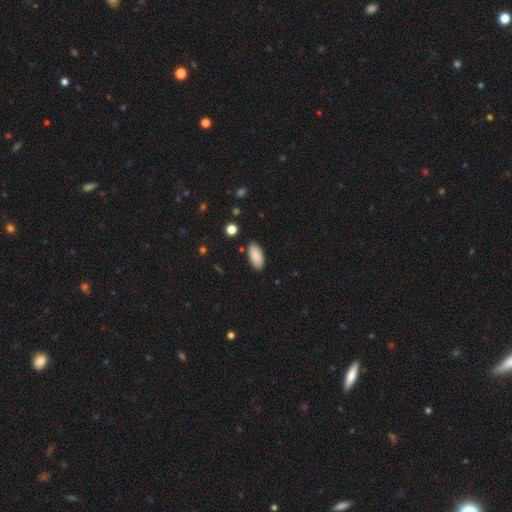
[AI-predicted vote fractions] A smooth galaxy with no disk features (89%) that is in between round and cigar-shaped (94%). Merging: none (86%).